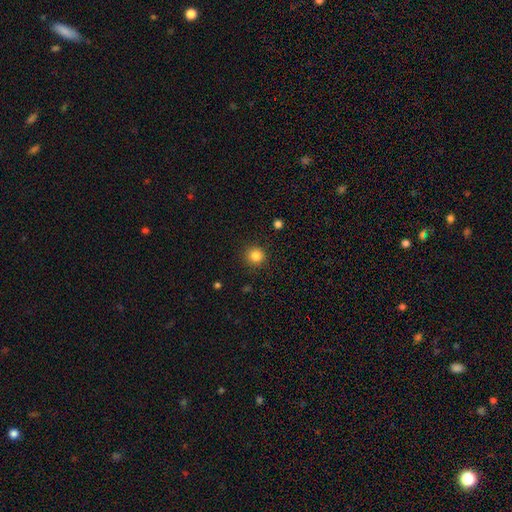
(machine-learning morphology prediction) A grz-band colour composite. It shows a smooth galaxy with no disk features (84%) that is round (94%). Merging: none (91%).